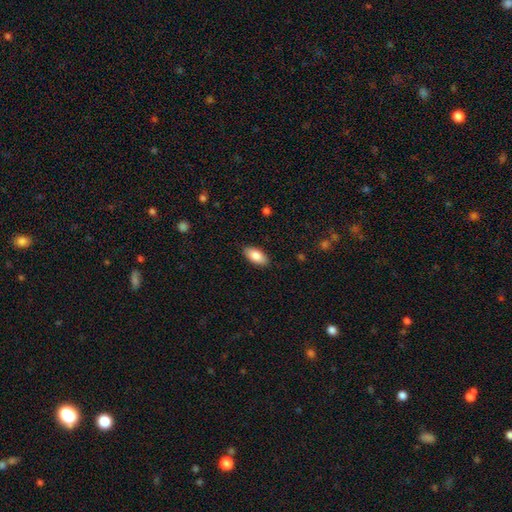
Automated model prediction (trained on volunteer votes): Smooth or featured? smooth (84%)
How rounded? in between (91%)
Merging? none (87%)